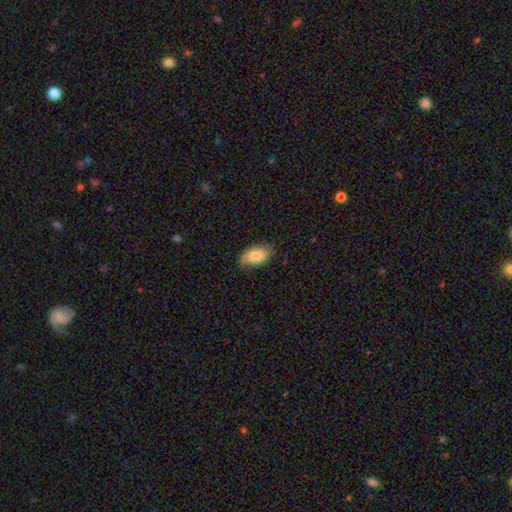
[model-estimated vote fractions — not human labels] Smooth or featured: smooth — 77% (featured or disk — 16%)
How rounded: in between — 93% (round — 4%)
Merging: none — 74% (minor disturbance — 21%)